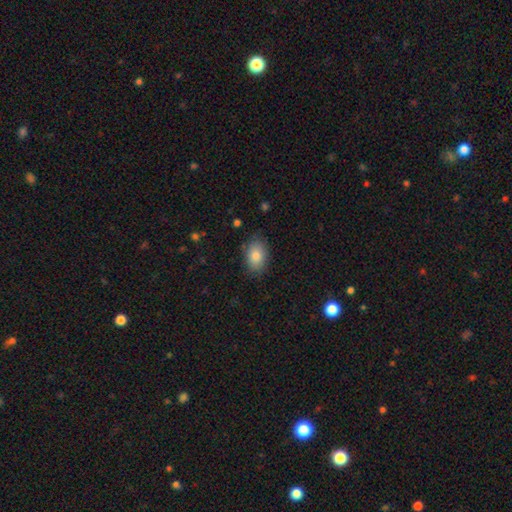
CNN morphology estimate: smooth-or-featured: smooth: 83% | featured or disk: 9% | star or artifact: 8%
  how-rounded: in between: 84% | round: 15% | cigar-shaped: 1%
  merging: none: 83% | minor disturbance: 13% | major disturbance: 3% | merger: 1%